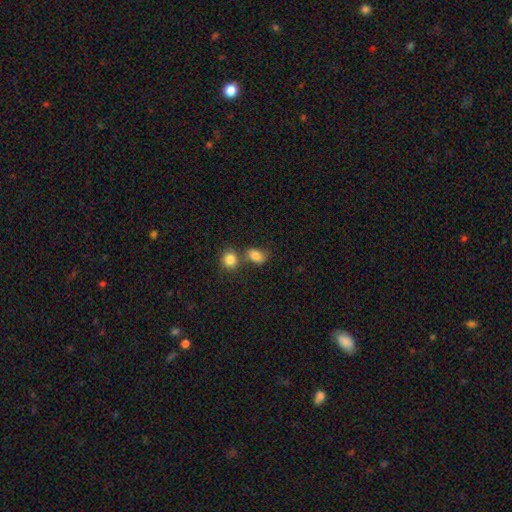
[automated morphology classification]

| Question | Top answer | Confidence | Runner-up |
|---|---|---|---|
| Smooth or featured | smooth | 83% | star or artifact (10%) |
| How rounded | in between | 73% | round (25%) |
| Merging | none | 50% | merger (33%) |